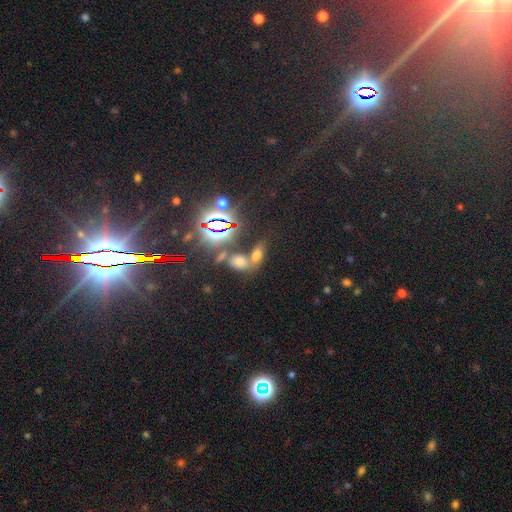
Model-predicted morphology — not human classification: Smooth or featured?
  - star or artifact: 53% *
  - smooth: 35%
  - featured or disk: 12%